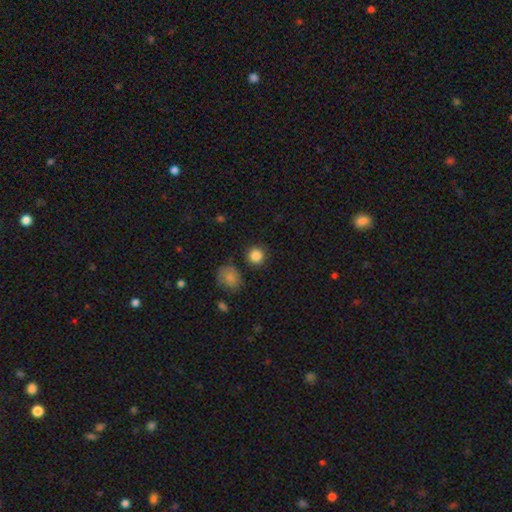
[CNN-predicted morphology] smooth_or_featured: smooth (p=0.86) [alt: star or artifact p=0.10]
how_rounded: round (p=0.92) [alt: in between p=0.07]
merging: none (p=0.85) [alt: minor disturbance p=0.08]